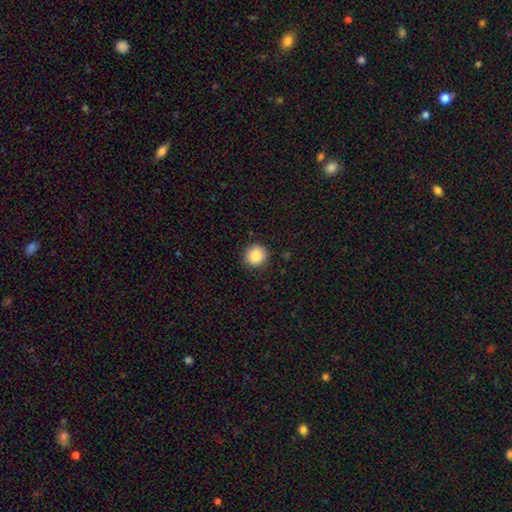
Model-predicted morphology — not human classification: Smooth or featured? Predicted: smooth (p=0.88). How rounded? Predicted: round (p=0.91). Merging? Predicted: none (p=0.88).